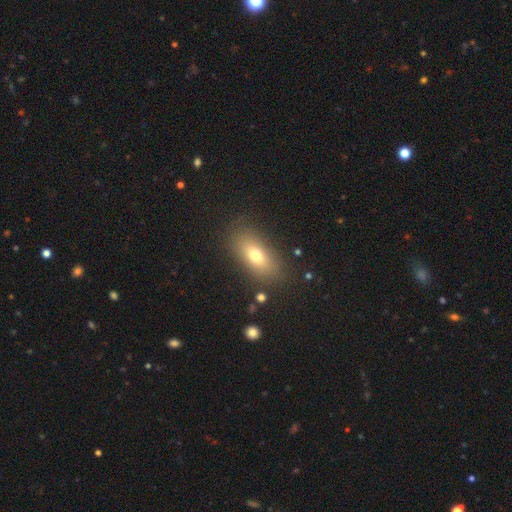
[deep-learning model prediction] Morphology: type=smooth (71%); roundness=in between (83%); merging=none (81%).